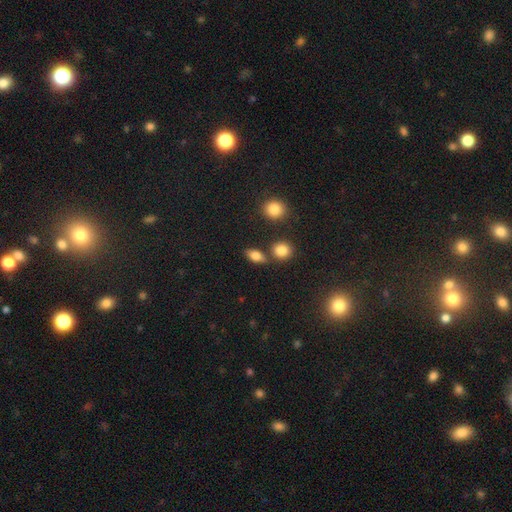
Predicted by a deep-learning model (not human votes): This is likely a smooth galaxy (80%). How rounded: likely in between (78%). Merging: likely none (74%).